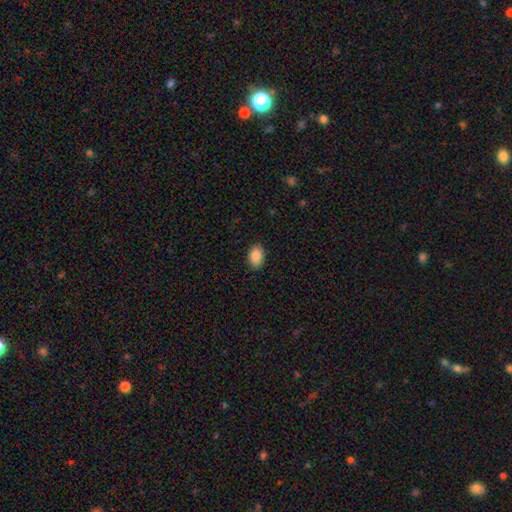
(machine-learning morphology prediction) smooth-or-featured: smooth: 87% | star or artifact: 7% | featured or disk: 6%
  how-rounded: in between: 86% | round: 13% | cigar-shaped: 1%
  merging: none: 88% | minor disturbance: 9% | major disturbance: 2% | merger: 1%